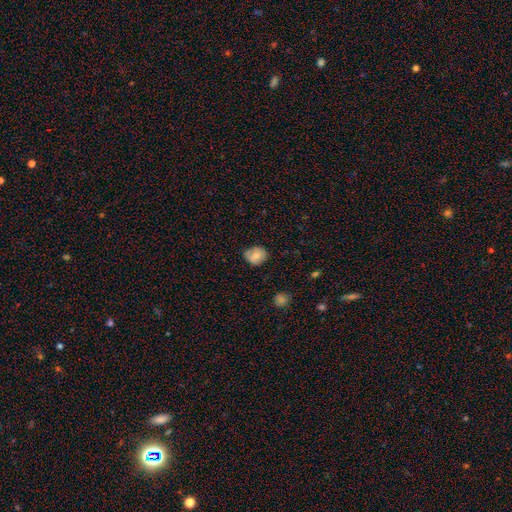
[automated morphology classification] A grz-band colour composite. It shows a smooth galaxy with no disk features (74%) that is round (60%). Merging: none (69%).